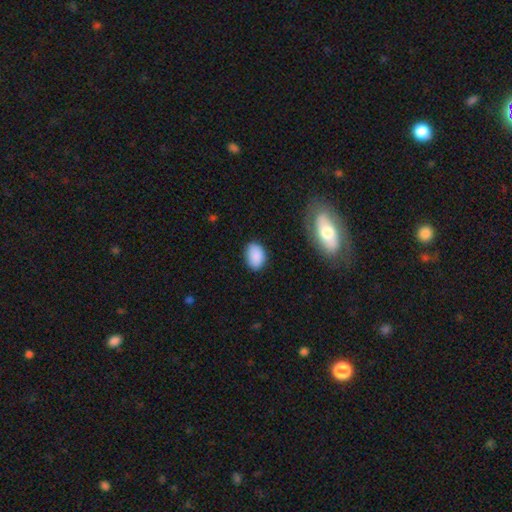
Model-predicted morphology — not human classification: smooth 88%, star or artifact 8%, featured or disk 4%. Down the decision tree: how rounded — in between (84%); merging — none (82%).